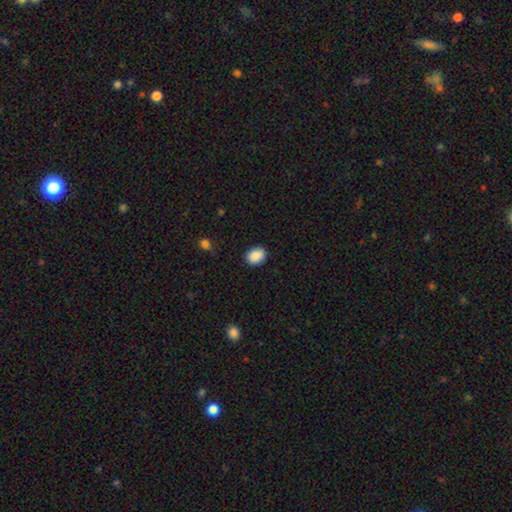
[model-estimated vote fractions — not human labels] A smooth galaxy with no disk features (89%) that is in between round and cigar-shaped (59%).

Vote fractions:
- Smooth or featured? smooth: 89% / star or artifact: 8% / featured or disk: 3%
- How rounded? in between: 59% / round: 40% / cigar-shaped: 1%
- Merging? none: 87% / minor disturbance: 10% / major disturbance: 2% / merger: 1%